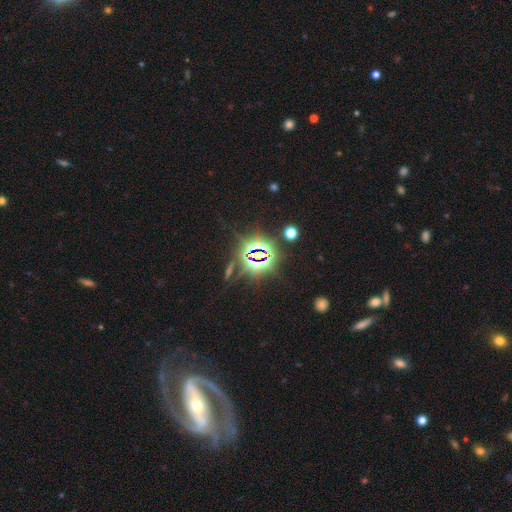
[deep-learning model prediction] Smooth or featured? Predicted: star or artifact (p=0.82).